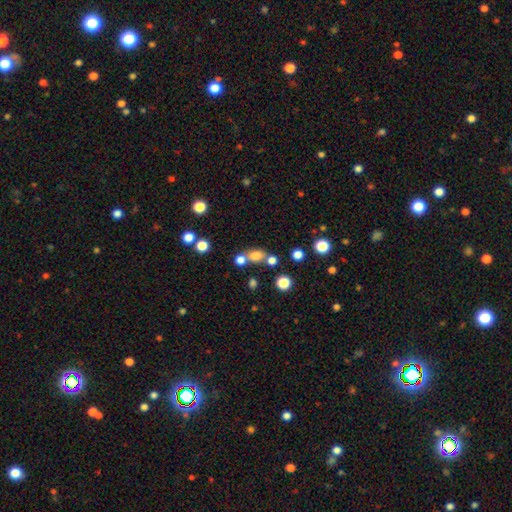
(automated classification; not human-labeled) The model was most divided on "how rounded": round: 50%, in between: 47%, cigar-shaped: 3%. More confident: smooth or featured — smooth (74%); merging — none (53%).